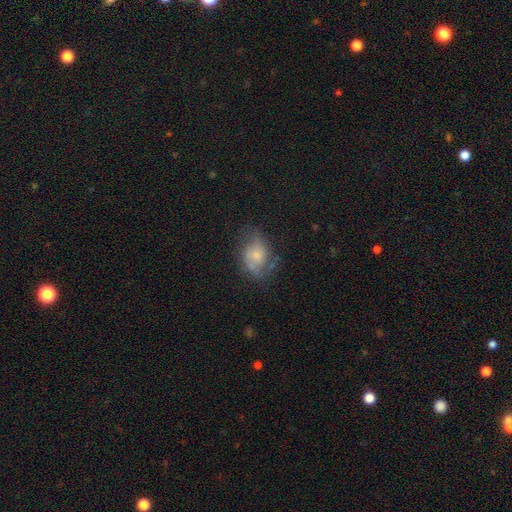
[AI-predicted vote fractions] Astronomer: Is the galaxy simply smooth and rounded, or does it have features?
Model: smooth — 45%, tied with featured or disk at 45%.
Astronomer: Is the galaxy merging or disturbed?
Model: none — 50% (runner-up: minor disturbance, 29%).